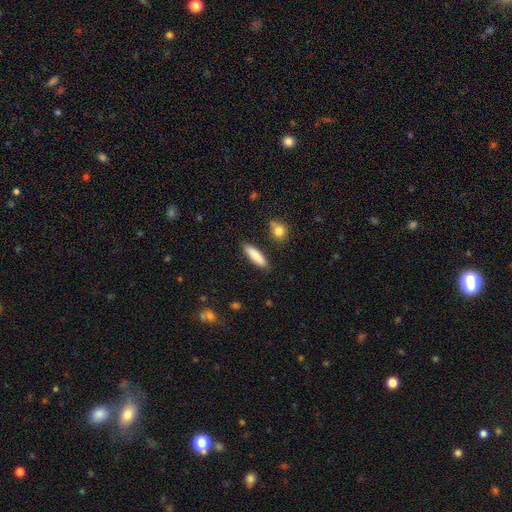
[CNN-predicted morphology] Overall: smooth (86%). How rounded: cigar-shaped (64%; in between 35%). Merging: none (86%).